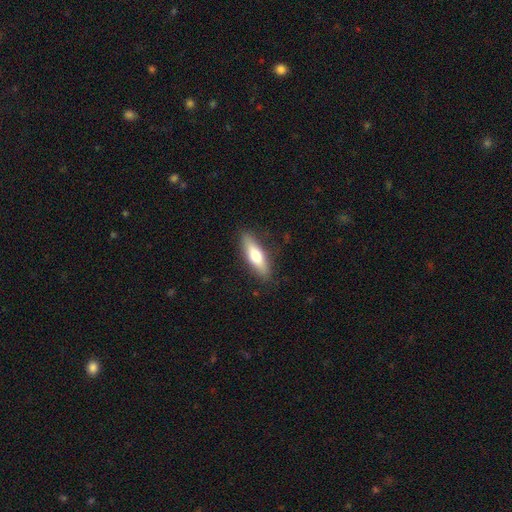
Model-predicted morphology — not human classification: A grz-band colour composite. It shows a smooth galaxy with no disk features (64%) that is cigar-shaped (61%). Merging: none (87%).